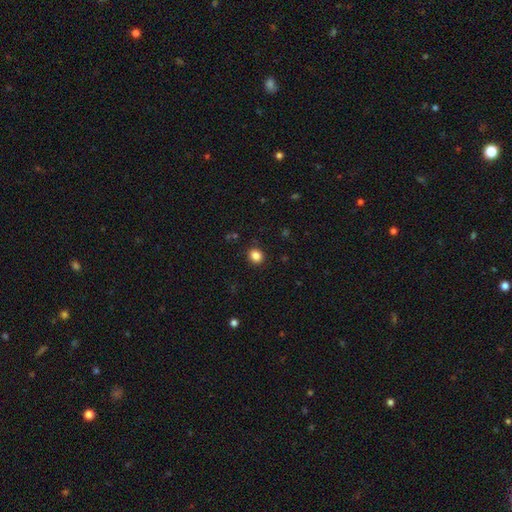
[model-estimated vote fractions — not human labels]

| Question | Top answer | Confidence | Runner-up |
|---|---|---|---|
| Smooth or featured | smooth | 85% | star or artifact (11%) |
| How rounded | round | 75% | in between (24%) |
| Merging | none | 90% | minor disturbance (7%) |